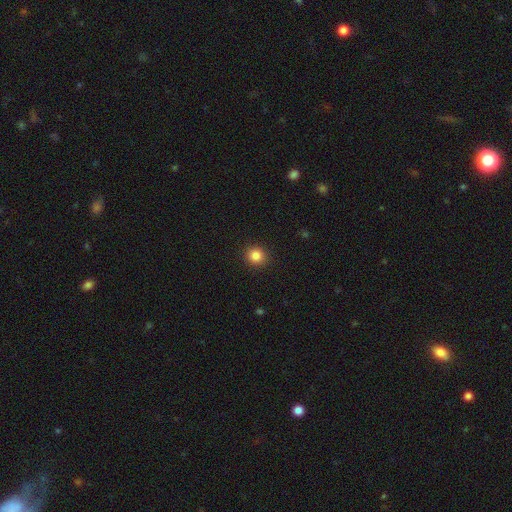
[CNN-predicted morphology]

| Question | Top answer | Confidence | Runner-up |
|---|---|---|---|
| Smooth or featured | smooth | 85% | star or artifact (11%) |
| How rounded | round | 90% | in between (9%) |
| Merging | none | 92% | minor disturbance (5%) |